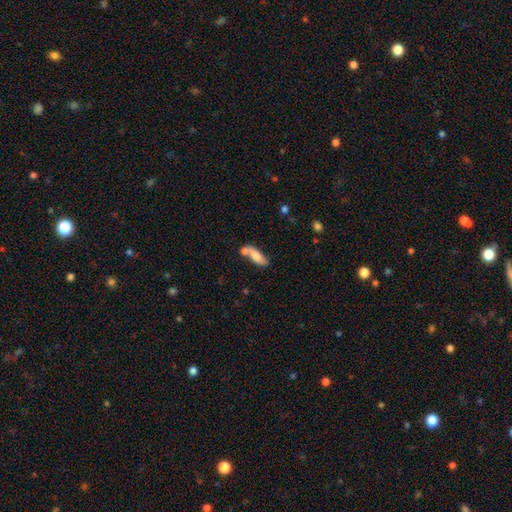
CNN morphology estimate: Smooth or featured: smooth — 73% (featured or disk — 20%)
How rounded: in between — 59% (cigar-shaped — 38%)
Merging: none — 50% (merger — 30%)